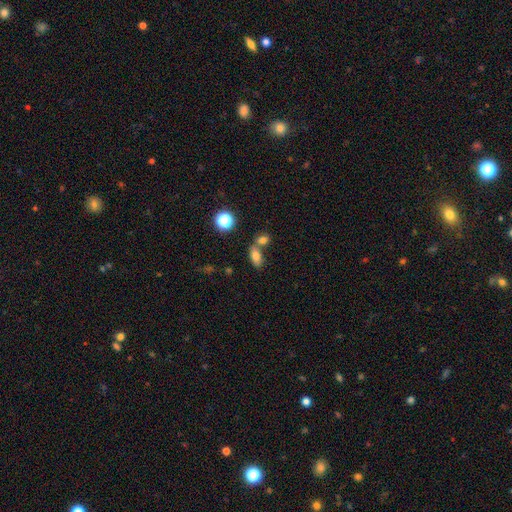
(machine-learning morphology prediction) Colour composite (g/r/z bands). It shows a smooth galaxy with no disk features (76%) that is in between round and cigar-shaped (83%). Merging: none (45%).